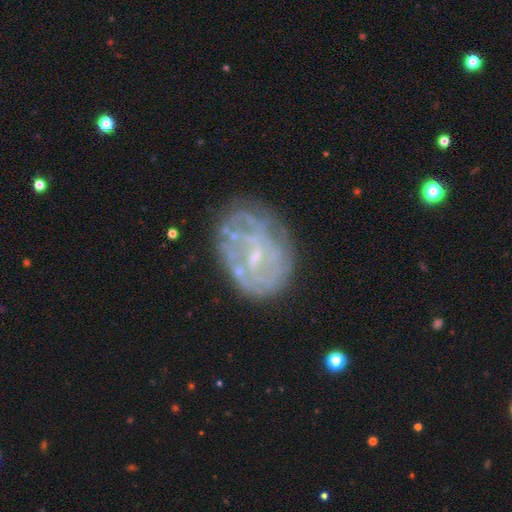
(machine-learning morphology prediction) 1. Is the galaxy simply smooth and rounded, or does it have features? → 74% featured or disk, 17% smooth, 9% star or artifact.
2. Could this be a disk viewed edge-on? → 98% no, 2% yes.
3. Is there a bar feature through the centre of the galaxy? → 45% weak, 44% no, 11% strong.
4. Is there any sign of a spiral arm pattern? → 62% yes, 38% no.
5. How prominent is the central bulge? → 62% small, 19% none, 17% moderate, 1% large, 1% dominant.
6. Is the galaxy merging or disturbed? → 61% none, 22% minor disturbance, 14% major disturbance, 4% merger.